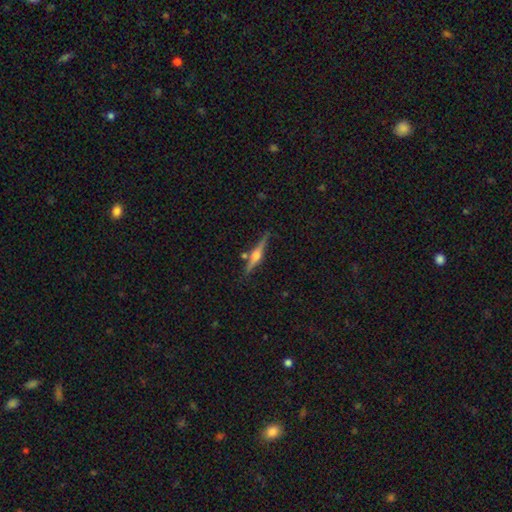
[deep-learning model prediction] Smooth or featured? featured or disk (74%)
Edge-on disk? yes (98%)
Edge-on bulge? rounded (92%)
Merging? none (81%)